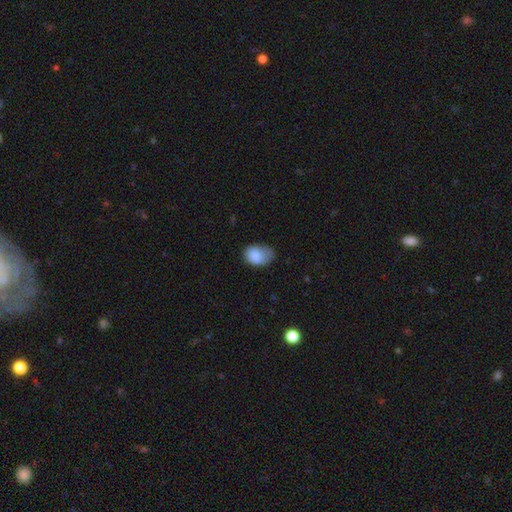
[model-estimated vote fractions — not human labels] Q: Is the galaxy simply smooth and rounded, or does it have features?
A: smooth — 84%.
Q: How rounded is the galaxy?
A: in between — 78%.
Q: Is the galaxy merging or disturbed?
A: none — 44%.